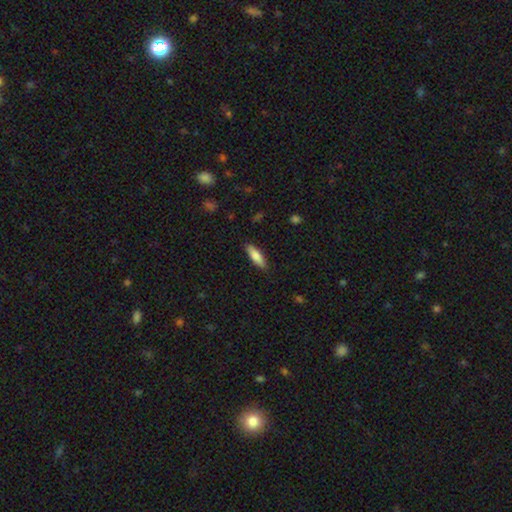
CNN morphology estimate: A smooth galaxy with no disk features (79%) that is cigar-shaped (57%).

Vote fractions:
- Smooth or featured? smooth: 79% / featured or disk: 15% / star or artifact: 6%
- How rounded? cigar-shaped: 57% / in between: 41% / round: 2%
- Merging? none: 88% / minor disturbance: 9% / major disturbance: 2% / merger: 1%